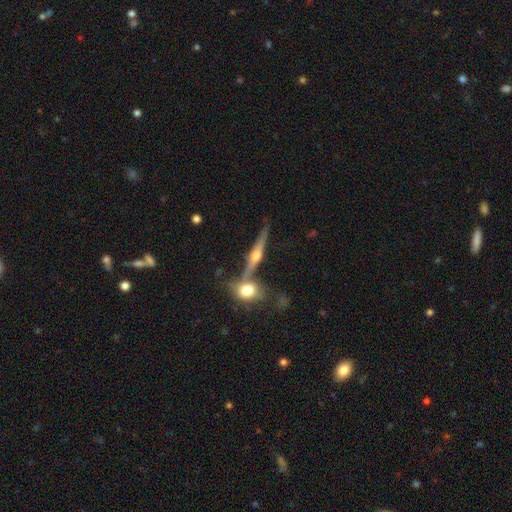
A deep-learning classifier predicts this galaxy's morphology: featured or disk 75%, smooth 17%, star or artifact 7%. Down the decision tree: edge-on disk — yes (95%); edge-on bulge — rounded (93%); merging — none (69%).